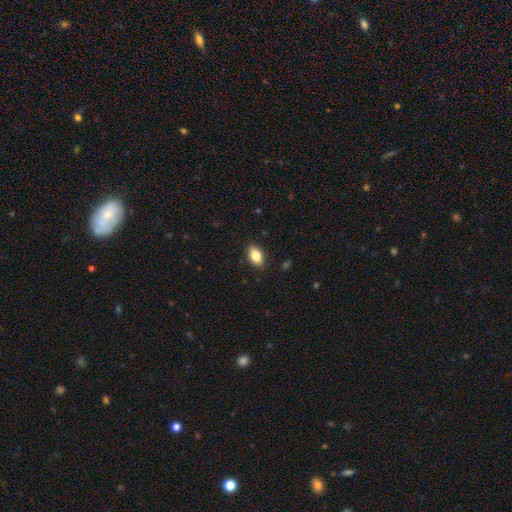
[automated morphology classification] Overall: smooth (85%). How rounded: in between (89%). Merging: none (89%).